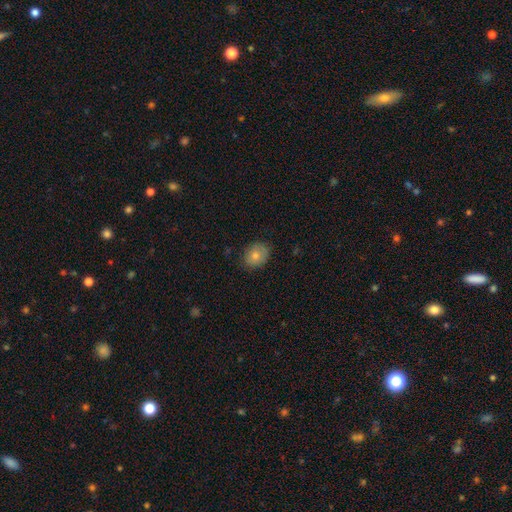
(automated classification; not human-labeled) The model was most divided on "how rounded": round: 55%, in between: 44%, cigar-shaped: 1%. More confident: merging — none (80%); smooth or featured — smooth (80%).